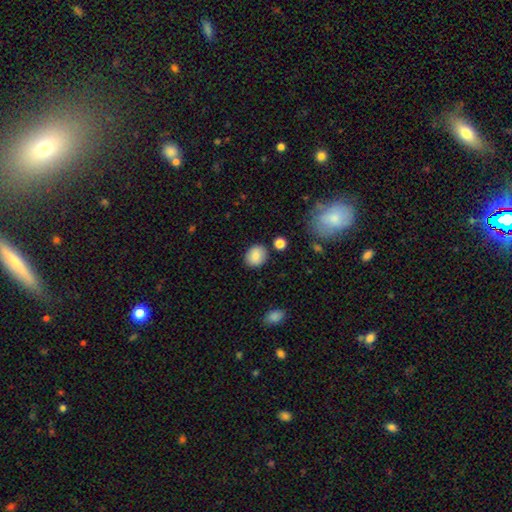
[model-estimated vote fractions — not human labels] Smooth or featured? Predicted: smooth (p=0.85). How rounded? Predicted: round (p=0.61). Merging? Predicted: none (p=0.85).